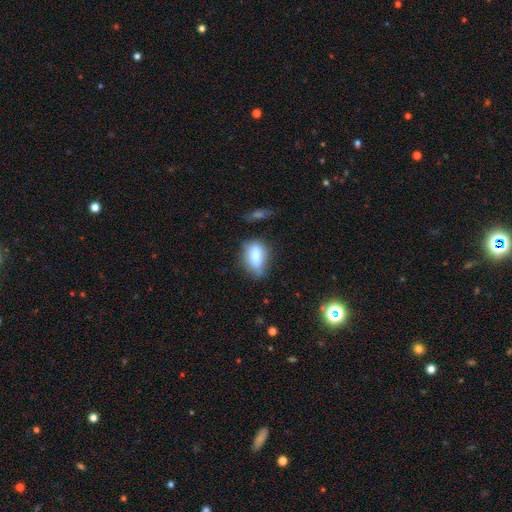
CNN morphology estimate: smooth_or_featured: smooth (p=0.77) [alt: featured or disk p=0.15]
how_rounded: in between (p=0.82) [alt: cigar-shaped p=0.10]
merging: none (p=0.61) [alt: minor disturbance p=0.26]